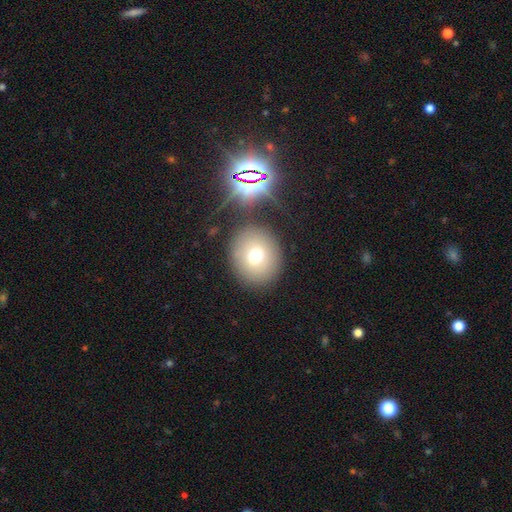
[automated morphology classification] This is likely a smooth galaxy (69%). How rounded: likely round (75%). Merging: clearly none (82%).